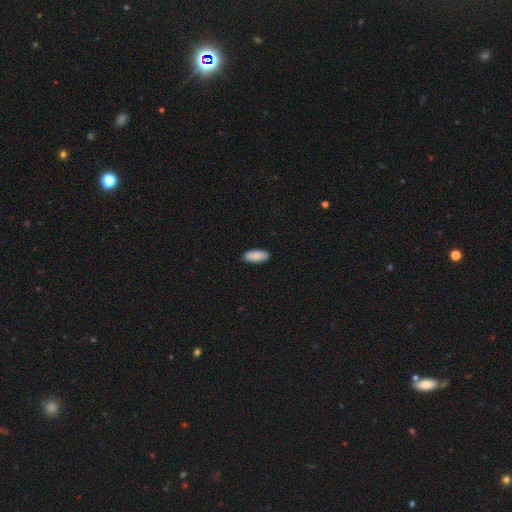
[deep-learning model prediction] A smooth galaxy with no disk features (86%) that is in between round and cigar-shaped (87%).

Vote fractions:
- Smooth or featured? smooth: 86% / featured or disk: 8% / star or artifact: 6%
- How rounded? in between: 87% / cigar-shaped: 11% / round: 2%
- Merging? none: 90% / minor disturbance: 8% / major disturbance: 2% / merger: 1%